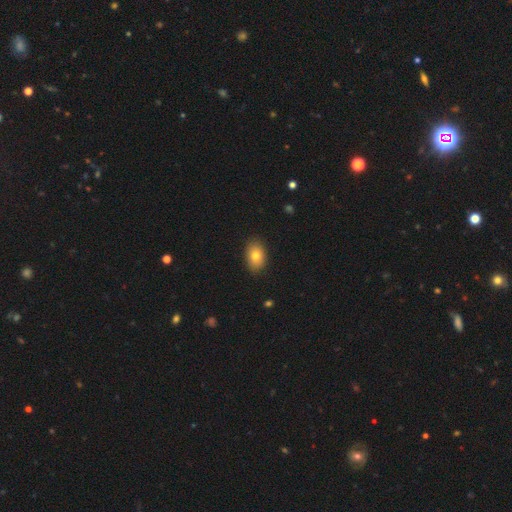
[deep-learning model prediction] This appears to be a smooth galaxy with no disk features (79%) that is in between round and cigar-shaped (83%). Merging: none (88%).